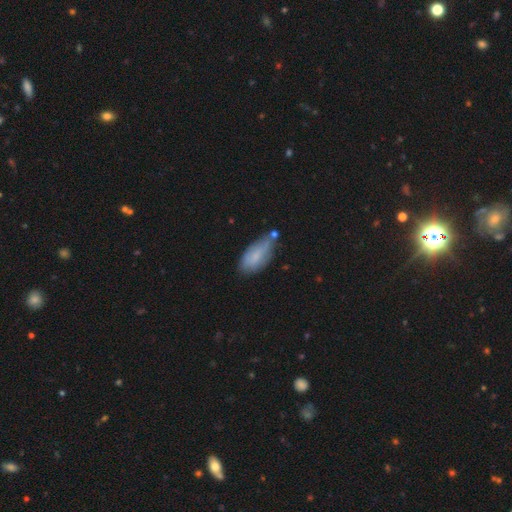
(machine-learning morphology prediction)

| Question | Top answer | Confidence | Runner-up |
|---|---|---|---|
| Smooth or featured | smooth | 71% | featured or disk (22%) |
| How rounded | in between | 84% | cigar-shaped (14%) |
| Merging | none | 49% | minor disturbance (32%) |